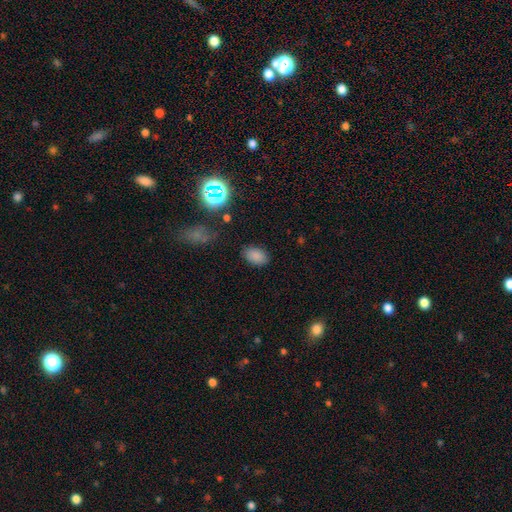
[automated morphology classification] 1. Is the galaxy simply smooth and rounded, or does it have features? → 83% smooth, 12% star or artifact, 5% featured or disk.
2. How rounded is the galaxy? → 88% in between, 11% round, 1% cigar-shaped.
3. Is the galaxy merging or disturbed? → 83% none, 12% minor disturbance, 3% major disturbance, 2% merger.